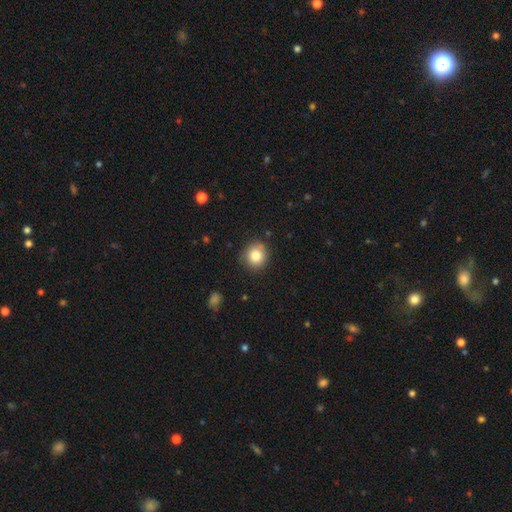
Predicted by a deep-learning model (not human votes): smooth 82%, star or artifact 10%, featured or disk 8%. Down the decision tree: how rounded — round (85%); merging — none (85%).